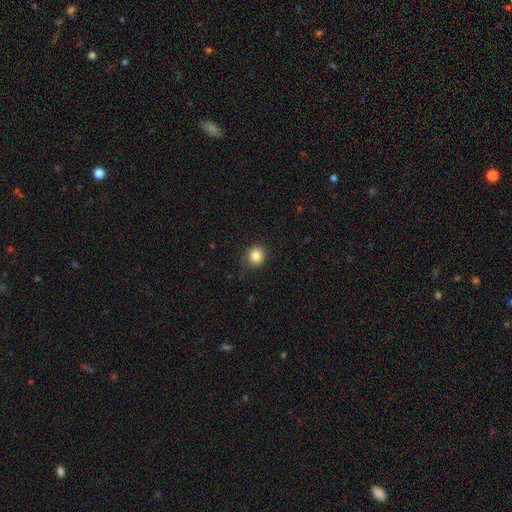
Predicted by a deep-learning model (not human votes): Morphology: type=smooth (85%); roundness=round (83%); merging=none (87%).